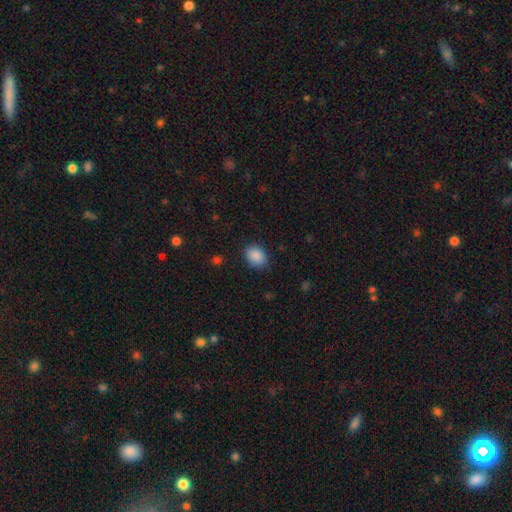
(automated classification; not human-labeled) Smooth or featured? Predicted: smooth (p=0.89). How rounded? Predicted: in between (p=0.65). Merging? Predicted: none (p=0.85).